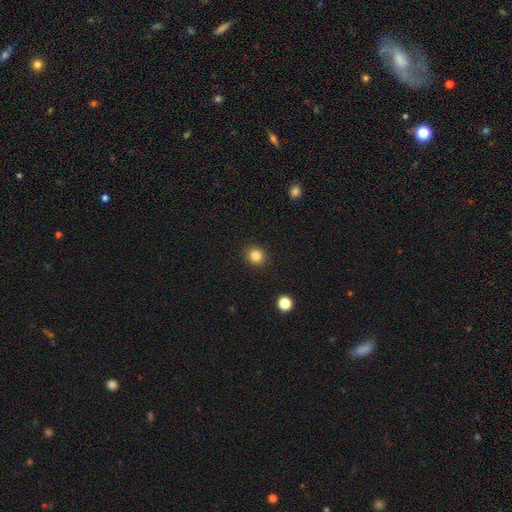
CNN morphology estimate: This is clearly a smooth galaxy (84%). How rounded: clearly round (90%). Merging: clearly none (92%).